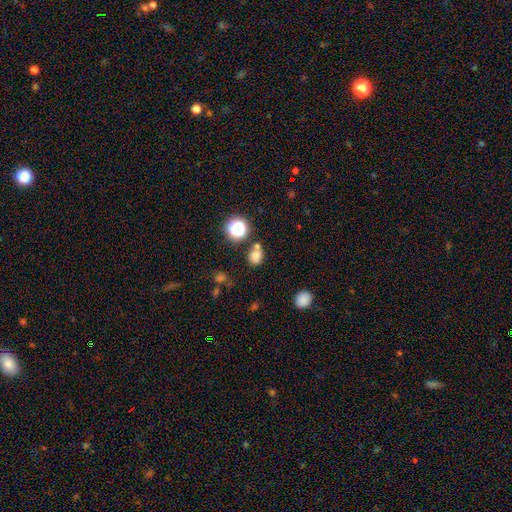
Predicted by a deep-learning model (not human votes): Smooth or featured? Predicted: smooth (p=0.73). How rounded? Predicted: round (p=0.60). Merging? Predicted: none (p=0.61).